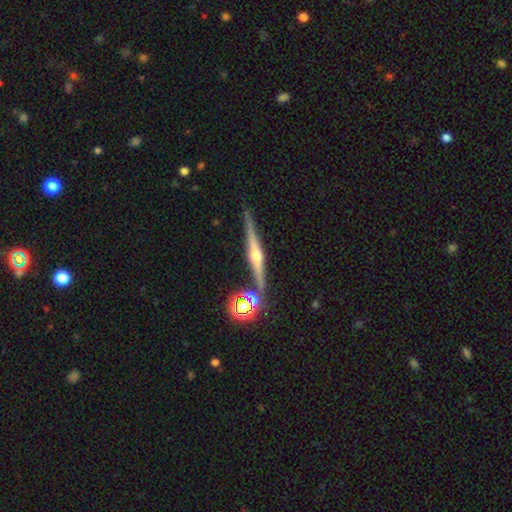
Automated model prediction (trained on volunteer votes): smooth_or_featured: featured or disk (p=0.77) [alt: smooth p=0.14]
disk_edge_on: yes (p=0.98) [alt: no p=0.02]
edge_on_bulge: rounded (p=0.92) [alt: boxy p=0.04]
merging: none (p=0.85) [alt: minor disturbance p=0.09]